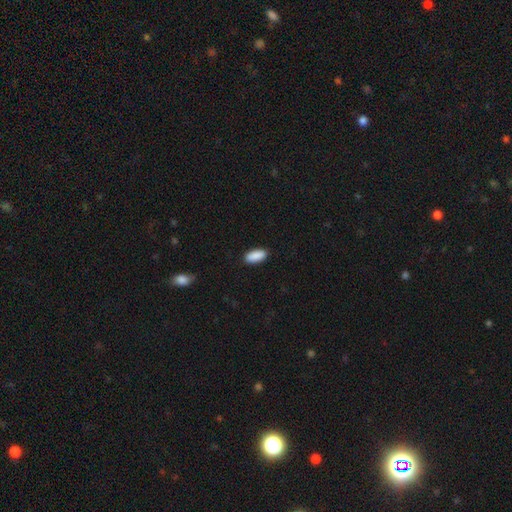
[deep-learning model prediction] smooth 91%, star or artifact 6%, featured or disk 3%. Down the decision tree: how rounded — in between (88%); merging — none (89%).